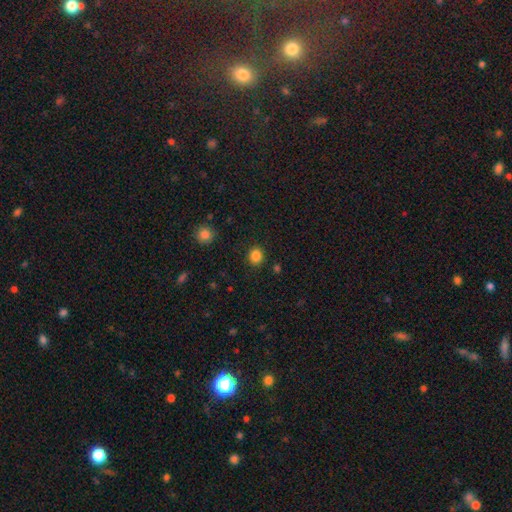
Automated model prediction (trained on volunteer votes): This appears to be a smooth galaxy with no disk features (85%) that is round (81%). Merging: none (90%).